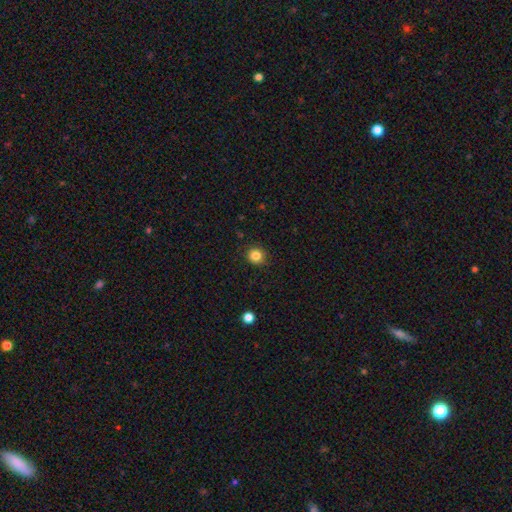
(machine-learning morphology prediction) Smooth or featured: smooth — 84% (star or artifact — 11%)
How rounded: round — 91% (in between — 8%)
Merging: none — 89% (minor disturbance — 7%)